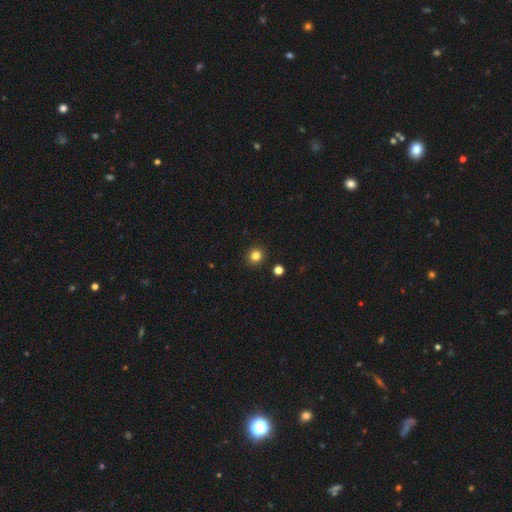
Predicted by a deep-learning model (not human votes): This is clearly a smooth galaxy (82%). How rounded: clearly round (88%). Merging: clearly none (91%).